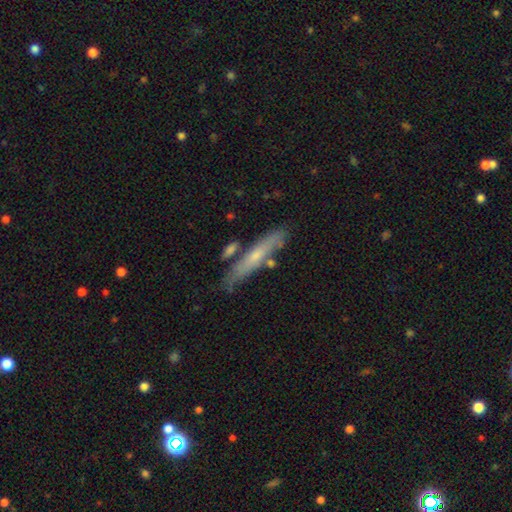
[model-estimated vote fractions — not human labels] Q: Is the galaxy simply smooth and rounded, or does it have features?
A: featured or disk — 48%.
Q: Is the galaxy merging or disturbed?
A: none — 75%.